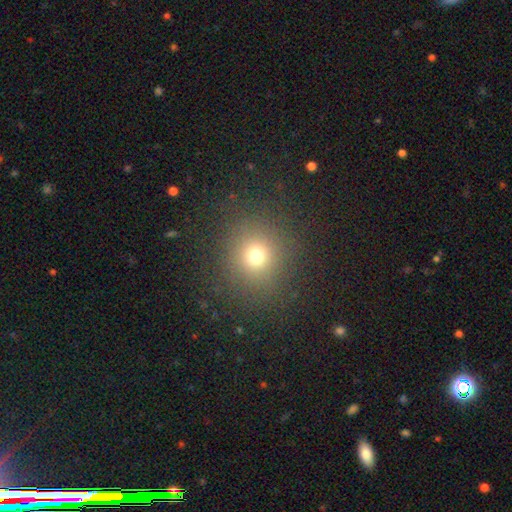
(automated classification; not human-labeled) smooth_or_featured: smooth (p=0.70) [alt: star or artifact p=0.21]
how_rounded: round (p=0.89) [alt: in between p=0.10]
merging: none (p=0.86) [alt: minor disturbance p=0.08]